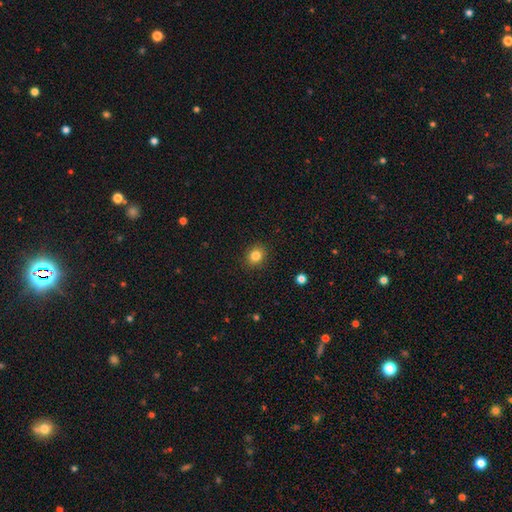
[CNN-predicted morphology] Smooth or featured: smooth — 84% (star or artifact — 11%)
How rounded: round — 64% (in between — 35%)
Merging: none — 90% (minor disturbance — 7%)